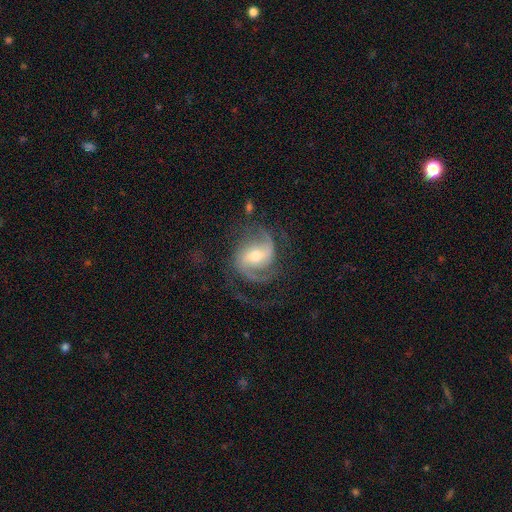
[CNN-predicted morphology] Smooth or featured? Predicted: featured or disk (p=0.88). Edge-on disk? Predicted: no (p=0.97). Bar? Predicted: weak (p=0.46). Spiral arms? Predicted: yes (p=0.97). Spiral winding? Predicted: medium (p=0.52). Spiral arm count? Predicted: 2 (p=0.74). Bulge size? Predicted: moderate (p=0.62). Merging? Predicted: none (p=0.68).